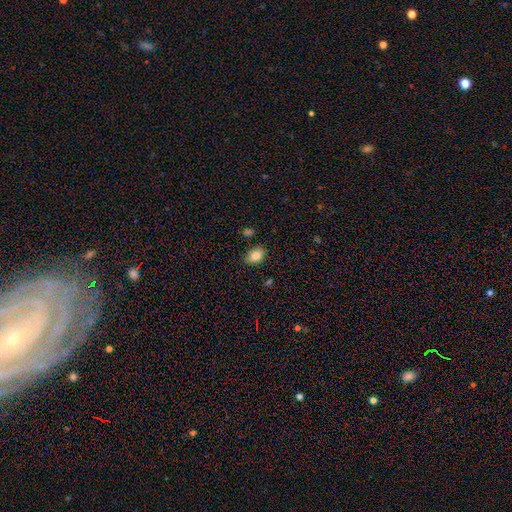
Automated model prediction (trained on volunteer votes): A smooth galaxy with no disk features (84%) that is in between round and cigar-shaped (78%).

Vote fractions:
- Smooth or featured? smooth: 84% / star or artifact: 9% / featured or disk: 7%
- How rounded? in between: 78% / round: 21% / cigar-shaped: 1%
- Merging? none: 81% / minor disturbance: 14% / merger: 3% / major disturbance: 3%